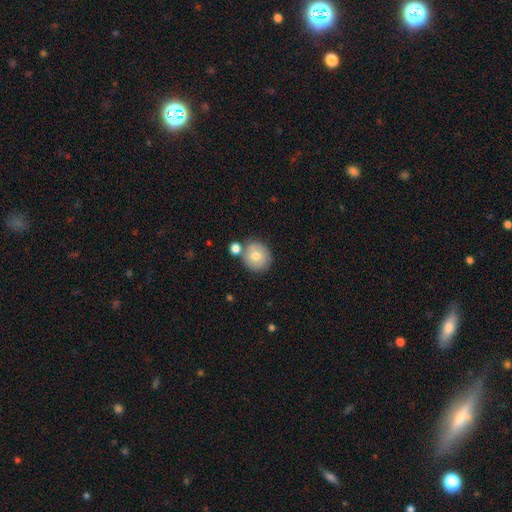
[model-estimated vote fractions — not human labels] Smooth or featured? Predicted: smooth (p=0.72). How rounded? Predicted: round (p=0.89). Merging? Predicted: none (p=0.67).